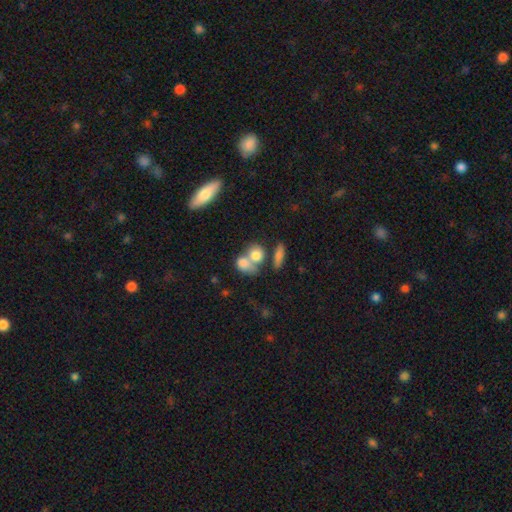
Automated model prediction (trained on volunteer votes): Smooth or featured?
  - smooth: 76% *
  - featured or disk: 14%
  - star or artifact: 10%
How rounded?
  - round: 50% *
  - in between: 46%
  - cigar-shaped: 4%
Merging?
  - merger: 55% *
  - none: 31%
  - minor disturbance: 9%
  - major disturbance: 5%